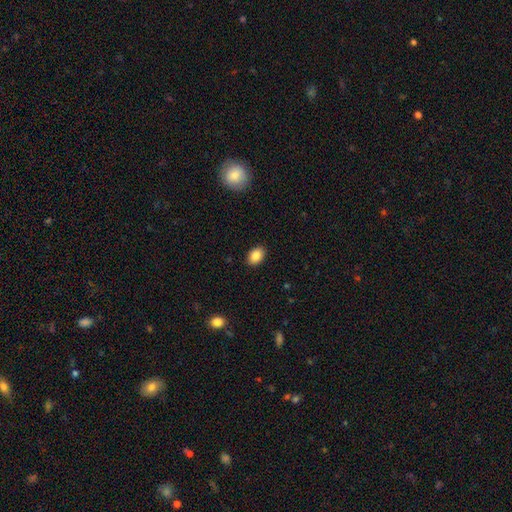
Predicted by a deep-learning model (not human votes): Smooth or featured? smooth (87%)
How rounded? in between (81%)
Merging? none (89%)